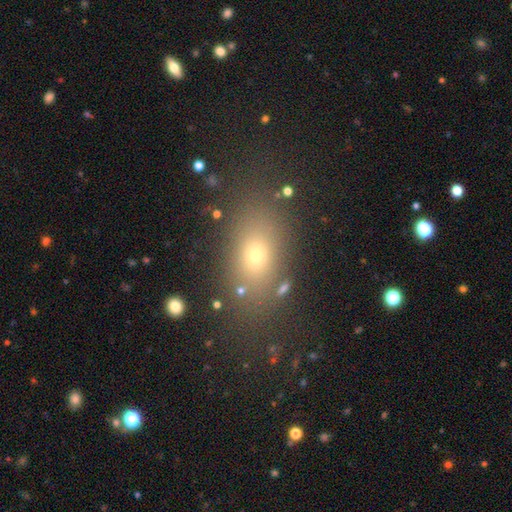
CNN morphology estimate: type=smooth (72%); roundness=in between (77%); merging=none (78%).